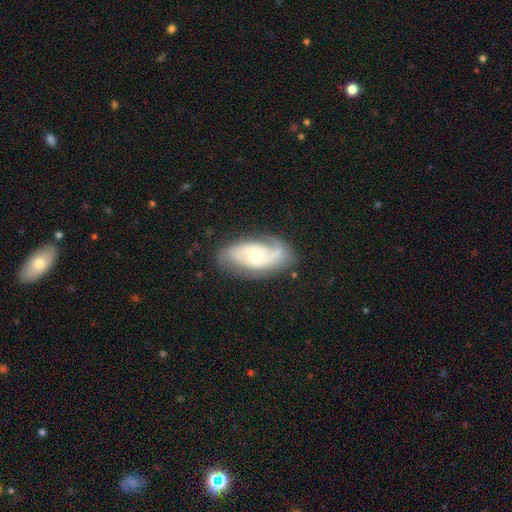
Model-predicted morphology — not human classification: This is likely a featured or disk galaxy (78%). It is clearly not viewed edge-on (94%). Bar: likely no (61%). Spiral arm pattern: clearly yes (92%). Spiral arm count: likely 2 (61%). Spiral winding: marginally medium (43%). Central bulge: possibly moderate (54%). Merging: likely none (70%).